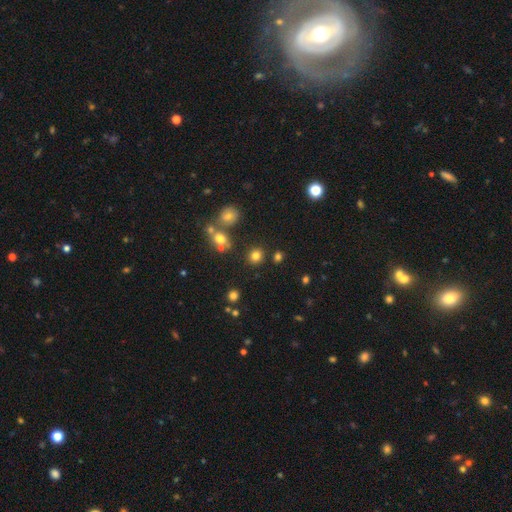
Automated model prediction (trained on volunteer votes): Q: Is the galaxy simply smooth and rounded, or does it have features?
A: smooth — 79%.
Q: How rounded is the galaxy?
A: round — 87%.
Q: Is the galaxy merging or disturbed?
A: none — 83%.